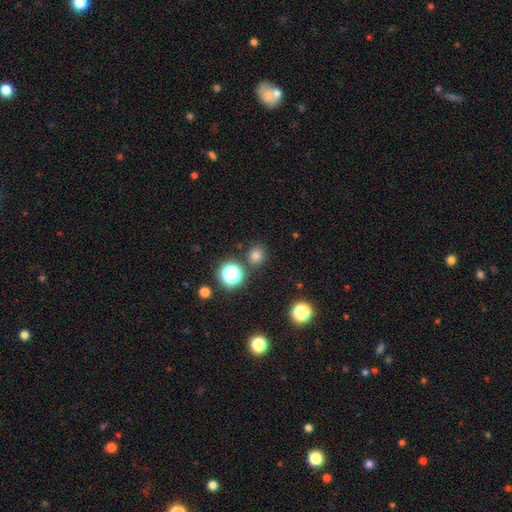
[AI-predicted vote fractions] smooth 75%, star or artifact 20%, featured or disk 5%. Down the decision tree: how rounded — round (86%); merging — none (84%).